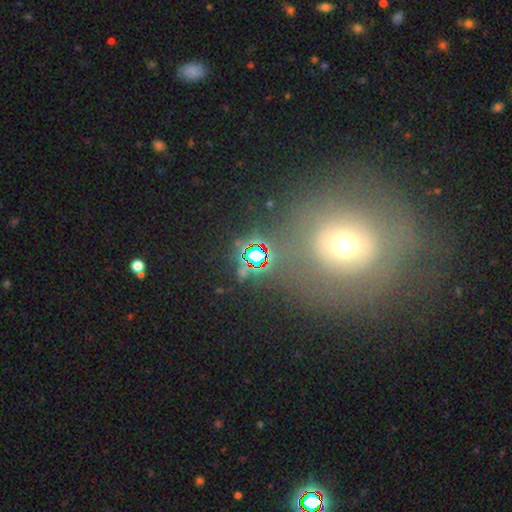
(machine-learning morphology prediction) Smooth or featured: star or artifact — 77% (smooth — 14%)